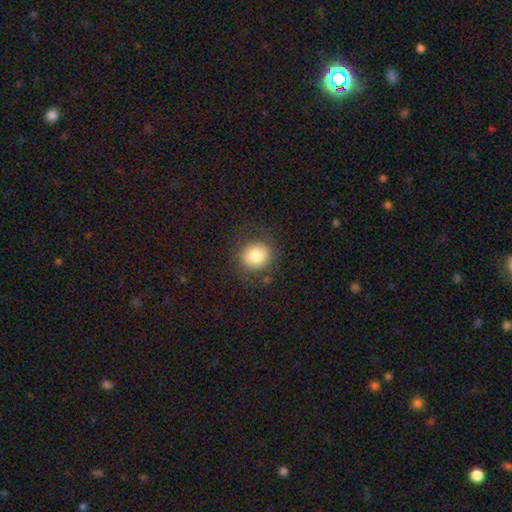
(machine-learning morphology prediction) The model was most divided on "smooth or featured": smooth: 80%, featured or disk: 10%, star or artifact: 9%. More confident: how rounded — round (86%); merging — none (83%).